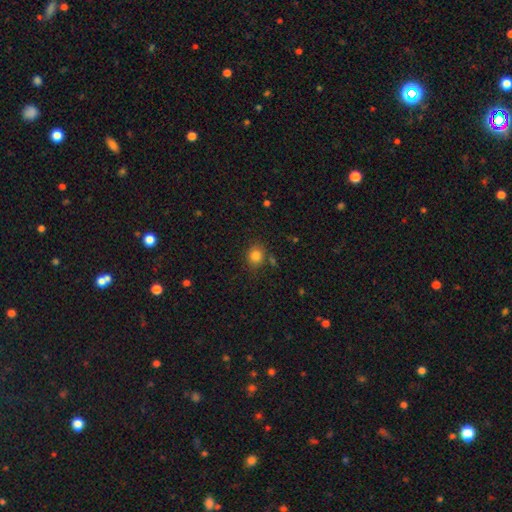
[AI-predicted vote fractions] Smooth or featured? Predicted: smooth (p=0.83). How rounded? Predicted: round (p=0.72). Merging? Predicted: none (p=0.78).